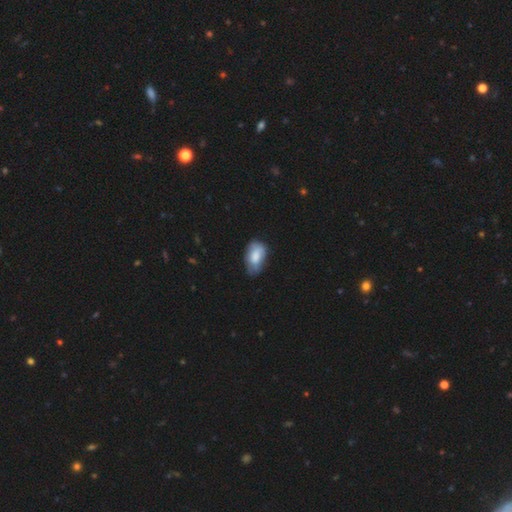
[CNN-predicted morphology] smooth_or_featured: smooth (p=0.75) [alt: featured or disk p=0.18]
how_rounded: in between (p=0.93) [alt: round p=0.05]
merging: none (p=0.53) [alt: minor disturbance p=0.36]